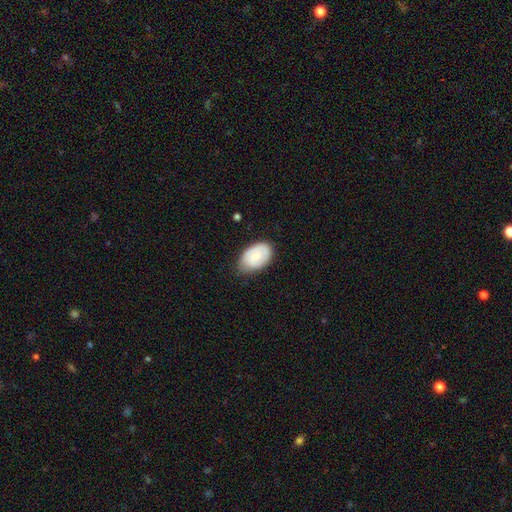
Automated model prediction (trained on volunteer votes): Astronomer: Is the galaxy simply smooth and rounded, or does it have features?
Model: smooth — 74%.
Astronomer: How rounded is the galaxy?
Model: in between — 91%.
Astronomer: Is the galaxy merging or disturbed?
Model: none — 66%.